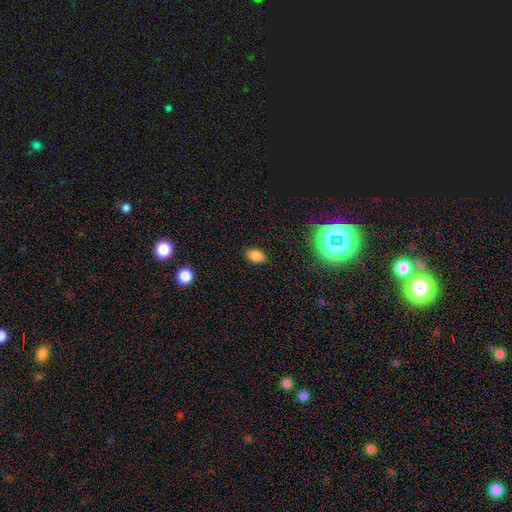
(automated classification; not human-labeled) smooth-or-featured: smooth: 80% | star or artifact: 14% | featured or disk: 5%
  how-rounded: in between: 84% | round: 15% | cigar-shaped: 2%
  merging: none: 82% | minor disturbance: 14% | major disturbance: 3% | merger: 1%